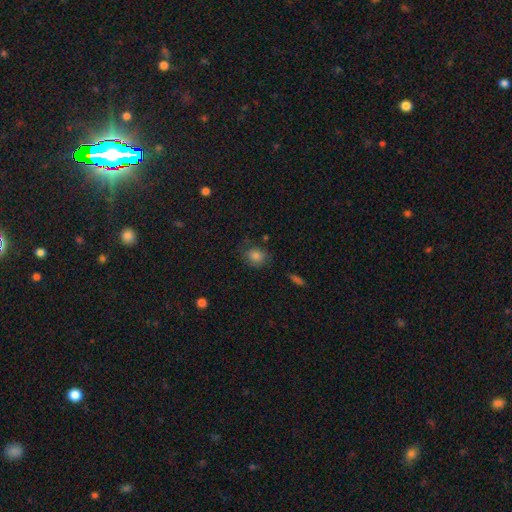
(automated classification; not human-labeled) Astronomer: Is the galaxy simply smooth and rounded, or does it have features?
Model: smooth — 82%.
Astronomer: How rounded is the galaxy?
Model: round — 62% (runner-up: in between, 37%).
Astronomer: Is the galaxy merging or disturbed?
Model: none — 72%.